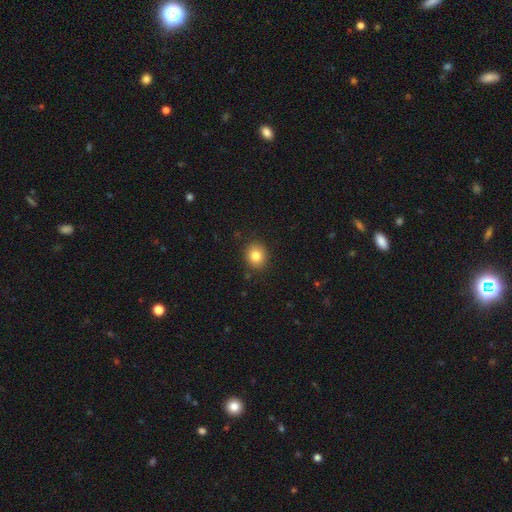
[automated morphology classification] A smooth galaxy with no disk features (83%) that is round (75%). Merging: none (88%).